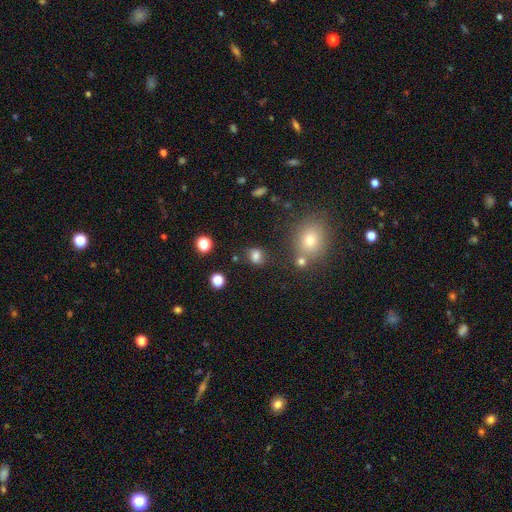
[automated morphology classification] Smooth or featured? Predicted: smooth (p=0.77). How rounded? Predicted: round (p=0.56). Merging? Predicted: none (p=0.72).